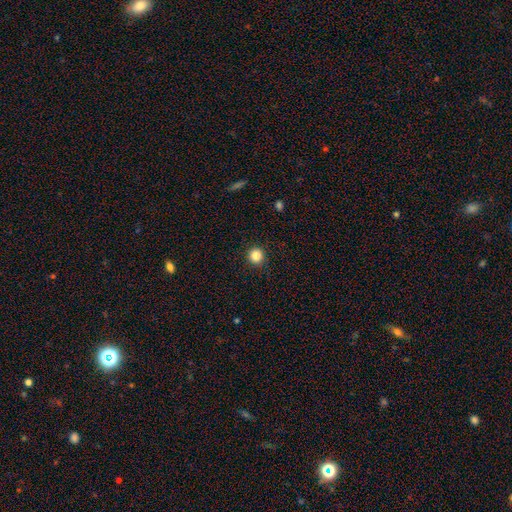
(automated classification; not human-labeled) Smooth or featured: smooth — 85% (star or artifact — 11%)
How rounded: round — 94% (in between — 5%)
Merging: none — 92% (minor disturbance — 5%)